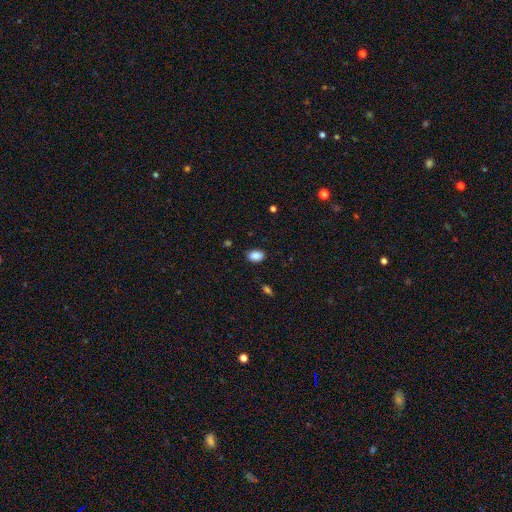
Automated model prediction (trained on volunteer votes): Smooth or featured?
  - smooth: 89% *
  - star or artifact: 8%
  - featured or disk: 3%
How rounded?
  - in between: 86% *
  - round: 13%
  - cigar-shaped: 1%
Merging?
  - none: 86% *
  - minor disturbance: 11%
  - major disturbance: 2%
  - merger: 1%